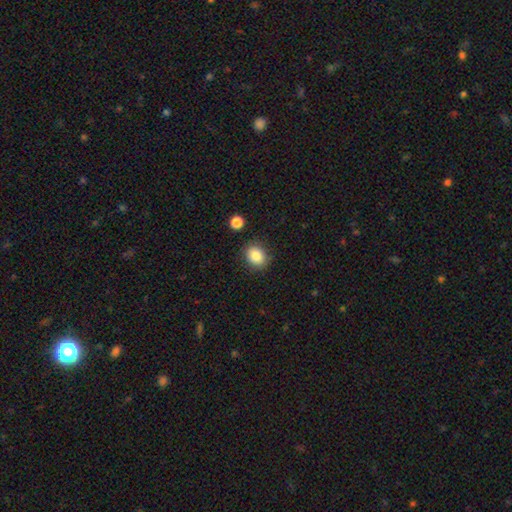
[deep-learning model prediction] smooth 85%, star or artifact 9%, featured or disk 6%. Down the decision tree: how rounded — round (57%); merging — none (85%).